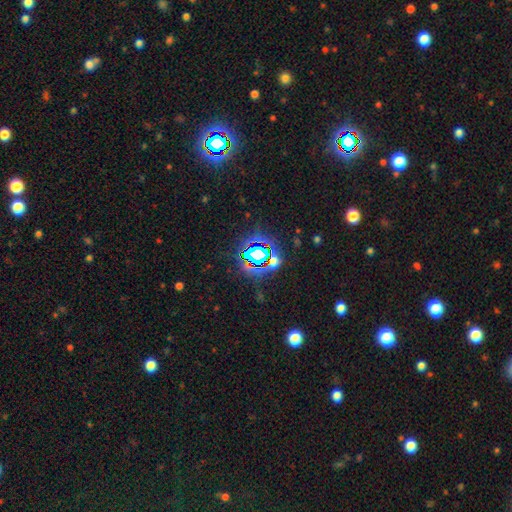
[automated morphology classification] Smooth or featured? Predicted: star or artifact (p=0.72).